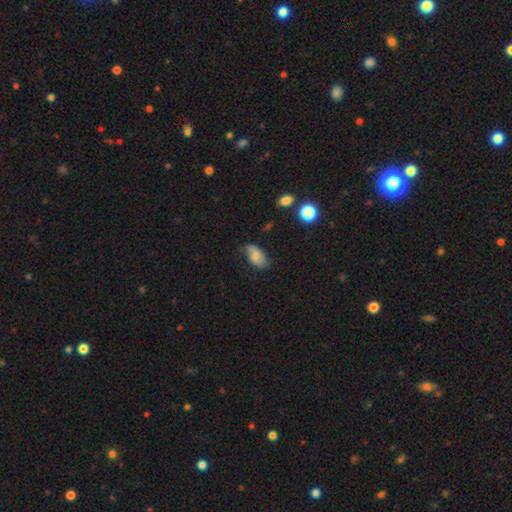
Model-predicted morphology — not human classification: smooth_or_featured: smooth (p=0.64) [alt: featured or disk p=0.28]
how_rounded: in between (p=0.93) [alt: round p=0.05]
merging: none (p=0.64) [alt: minor disturbance p=0.28]